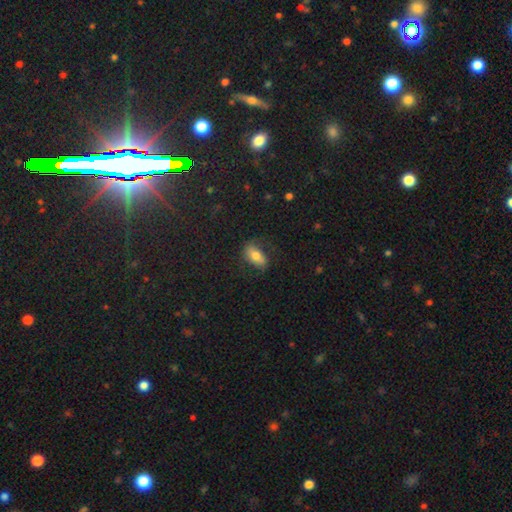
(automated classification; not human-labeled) Smooth or featured? Predicted: smooth (p=0.70). How rounded? Predicted: in between (p=0.90). Merging? Predicted: none (p=0.72).